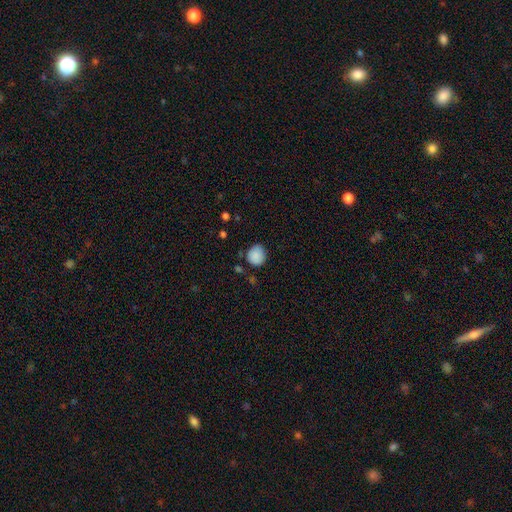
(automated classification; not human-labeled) Smooth or featured: smooth — 87% (star or artifact — 8%)
How rounded: round — 83% (in between — 16%)
Merging: none — 76% (minor disturbance — 18%)